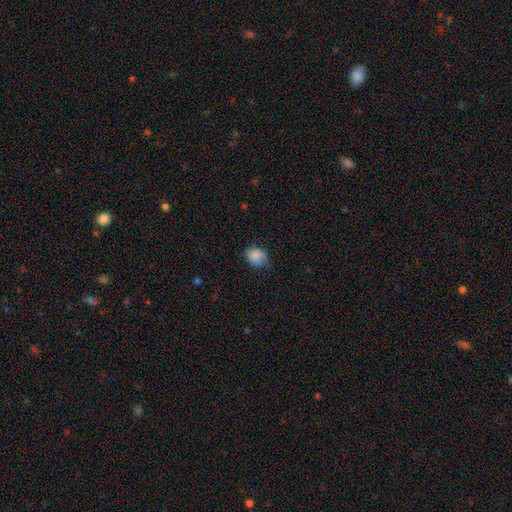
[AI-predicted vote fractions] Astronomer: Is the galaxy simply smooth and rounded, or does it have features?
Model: smooth — 81%.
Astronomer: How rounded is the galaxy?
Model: in between — 50% (runner-up: round, 49%).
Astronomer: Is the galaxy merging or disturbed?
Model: none — 53% (runner-up: minor disturbance, 34%).